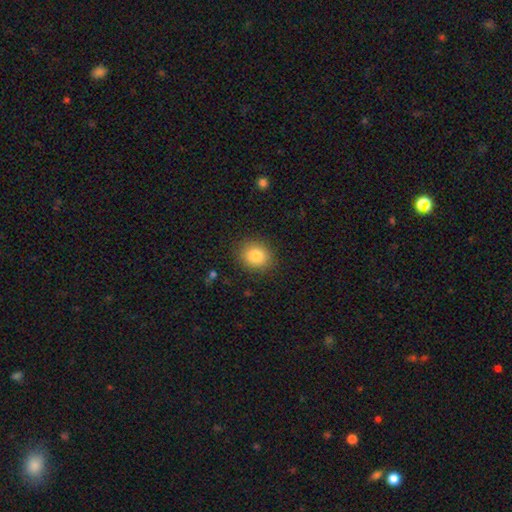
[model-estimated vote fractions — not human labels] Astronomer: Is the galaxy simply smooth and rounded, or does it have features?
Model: smooth — 84%.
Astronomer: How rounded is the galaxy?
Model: round — 74%.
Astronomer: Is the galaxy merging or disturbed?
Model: none — 88%.